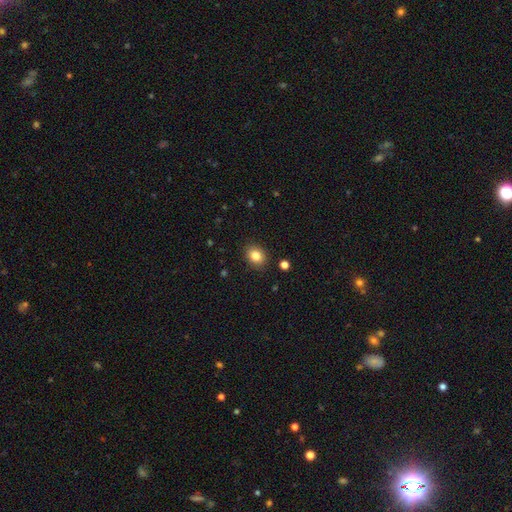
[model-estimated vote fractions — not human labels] Overall: smooth (84%). How rounded: in between (54%; round 45%). Merging: none (89%).